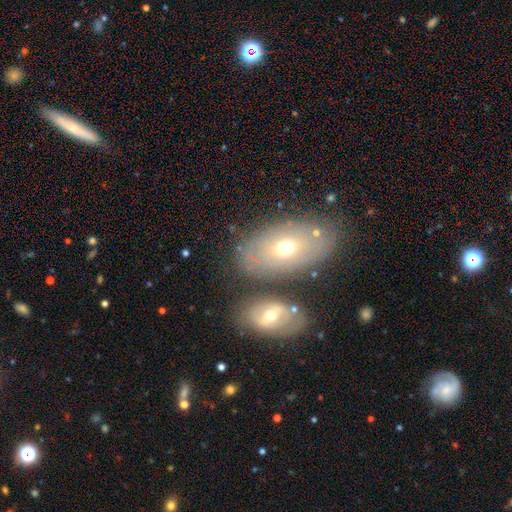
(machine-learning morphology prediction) Smooth or featured? Predicted: smooth (p=0.52). How rounded? Predicted: in between (p=0.89). Merging? Predicted: none (p=0.65).